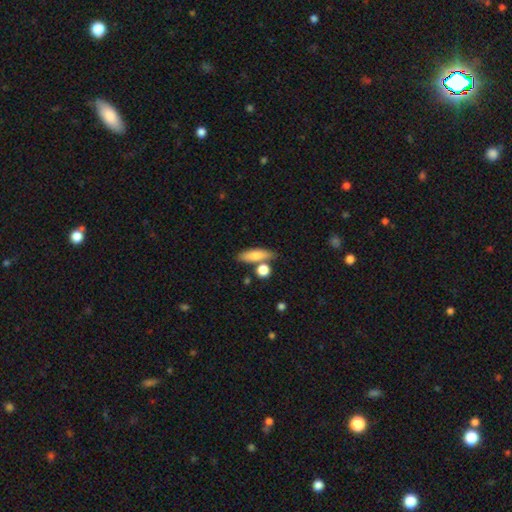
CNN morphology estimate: This appears to be a smooth galaxy with no disk features (76%) that is in between round and cigar-shaped (48%). Merging: none (67%).